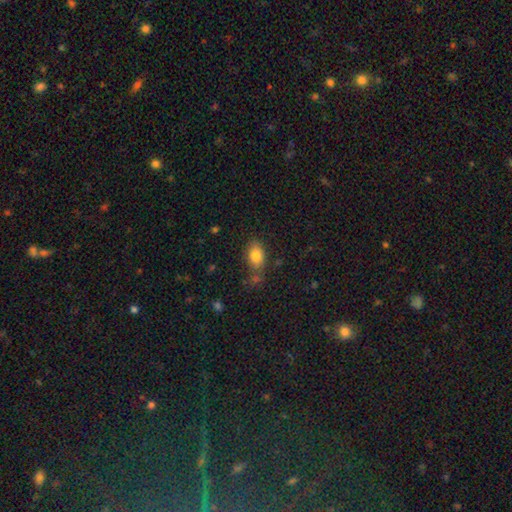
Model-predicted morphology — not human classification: Smooth or featured? Predicted: smooth (p=0.82). How rounded? Predicted: in between (p=0.85). Merging? Predicted: none (p=0.66).